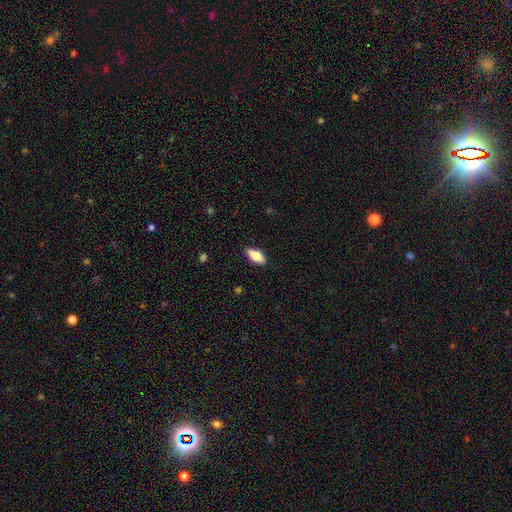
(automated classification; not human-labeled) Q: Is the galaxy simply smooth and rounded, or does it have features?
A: smooth — 72%.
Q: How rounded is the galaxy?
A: in between — 80%.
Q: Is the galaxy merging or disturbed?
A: none — 88%.